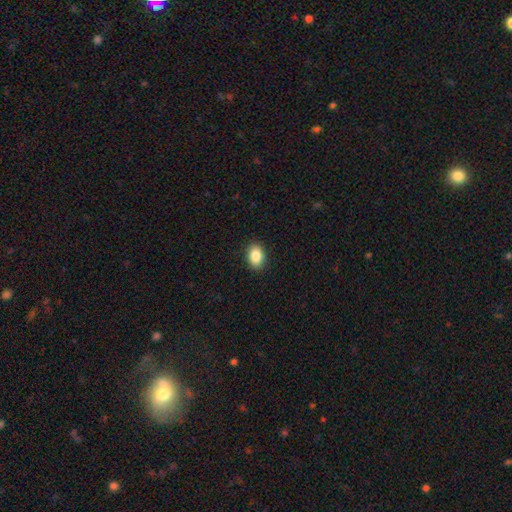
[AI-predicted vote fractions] Q: Smooth or featured?
A: smooth (87%); runner-up: star or artifact (8%)
Q: How rounded?
A: in between (79%); runner-up: round (20%)
Q: Merging?
A: none (90%); runner-up: minor disturbance (7%)